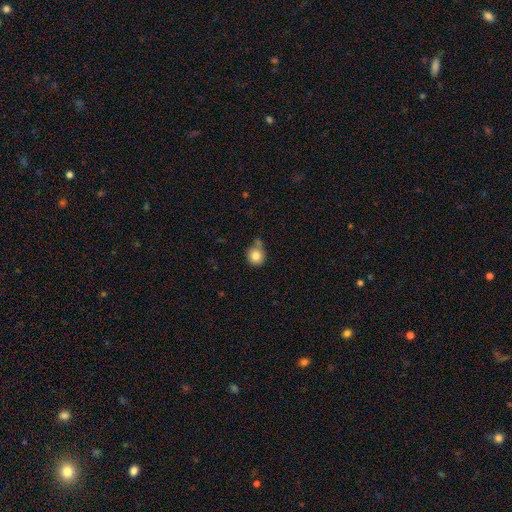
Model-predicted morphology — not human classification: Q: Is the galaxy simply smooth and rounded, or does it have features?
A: smooth — 82%.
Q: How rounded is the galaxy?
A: round — 89%.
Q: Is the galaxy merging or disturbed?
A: none — 63%.